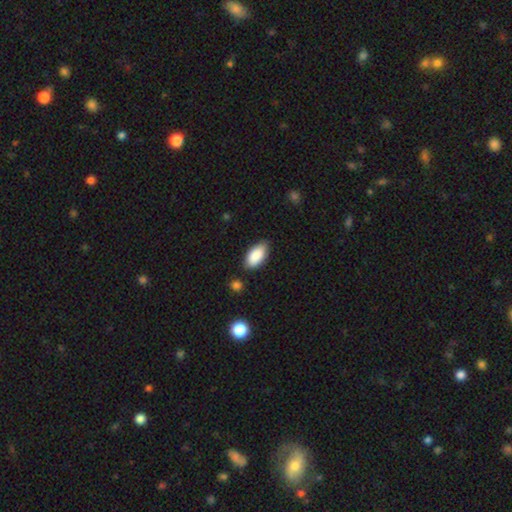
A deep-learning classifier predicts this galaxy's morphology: Smooth or featured? Predicted: smooth (p=0.88). How rounded? Predicted: in between (p=0.94). Merging? Predicted: none (p=0.80).